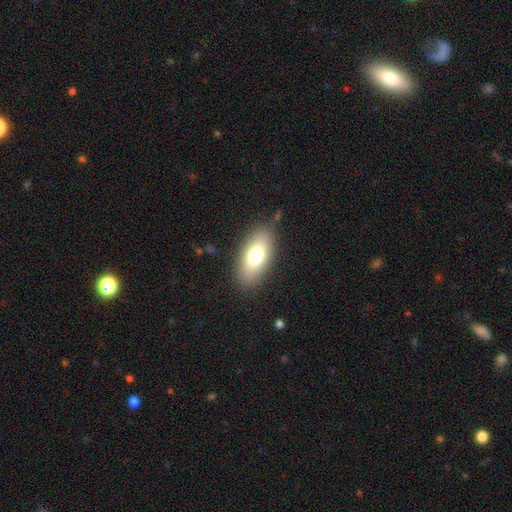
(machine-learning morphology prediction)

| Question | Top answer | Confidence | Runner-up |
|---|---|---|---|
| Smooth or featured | smooth | 75% | featured or disk (17%) |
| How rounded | in between | 88% | cigar-shaped (9%) |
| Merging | none | 84% | minor disturbance (11%) |